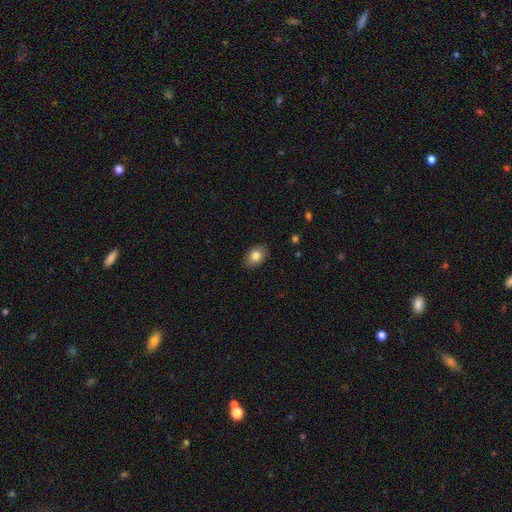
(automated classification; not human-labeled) Smooth or featured?
  - smooth: 83% *
  - featured or disk: 9%
  - star or artifact: 8%
How rounded?
  - in between: 75% *
  - round: 24%
  - cigar-shaped: 1%
Merging?
  - none: 87% *
  - minor disturbance: 10%
  - major disturbance: 2%
  - merger: 1%